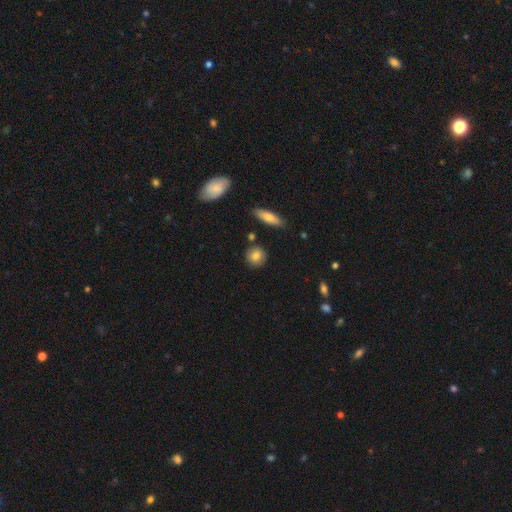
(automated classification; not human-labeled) The model was most divided on "smooth or featured": smooth: 80%, featured or disk: 12%, star or artifact: 8%. More confident: merging — none (85%); how rounded — round (85%).